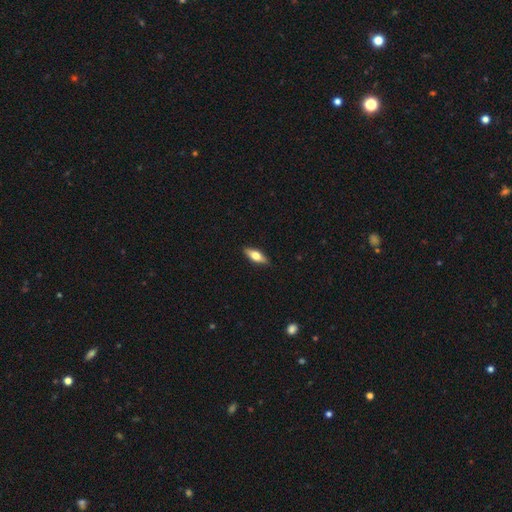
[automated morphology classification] A smooth galaxy with no disk features (51%) that is in between round and cigar-shaped (60%).

Vote fractions:
- Smooth or featured? smooth: 51% / featured or disk: 42% / star or artifact: 6%
- How rounded? in between: 60% / cigar-shaped: 37% / round: 3%
- Merging? none: 90% / minor disturbance: 8% / major disturbance: 2% / merger: 1%